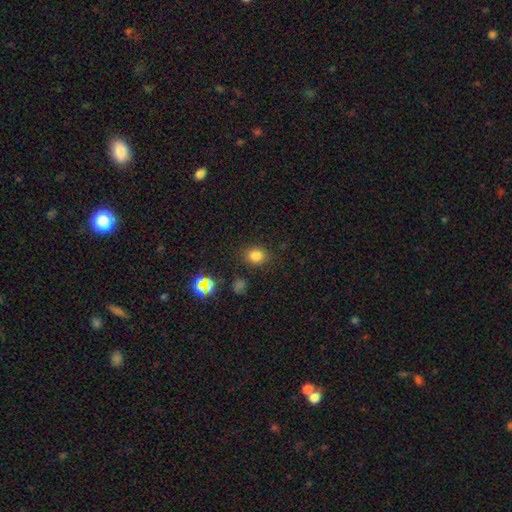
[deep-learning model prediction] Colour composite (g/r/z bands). It shows a smooth galaxy with no disk features (77%) that is round (65%). Merging: none (83%).